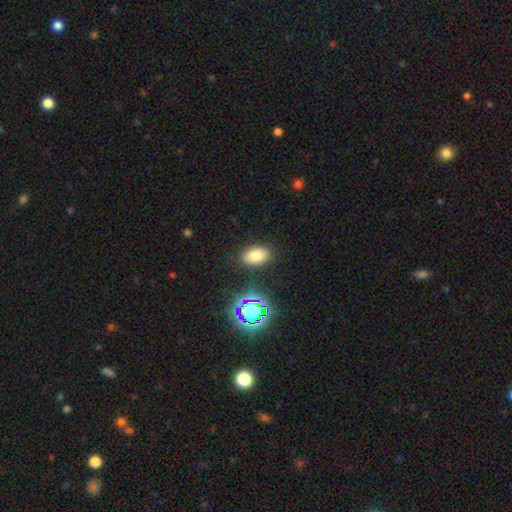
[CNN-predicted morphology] A smooth galaxy with no disk features (76%) that is in between round and cigar-shaped (88%). Merging: none (86%).